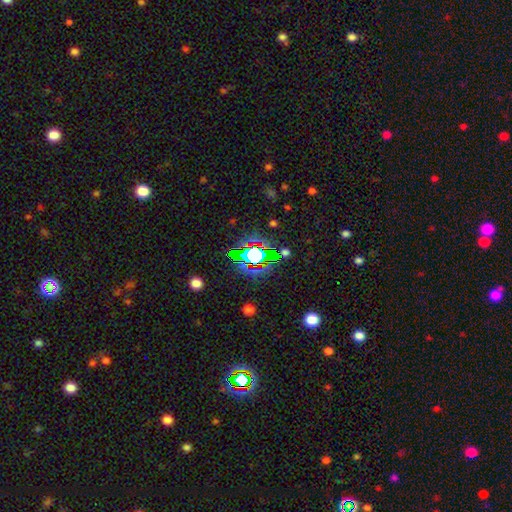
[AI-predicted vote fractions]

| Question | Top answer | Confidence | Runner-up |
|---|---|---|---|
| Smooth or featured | star or artifact | 62% | smooth (24%) |